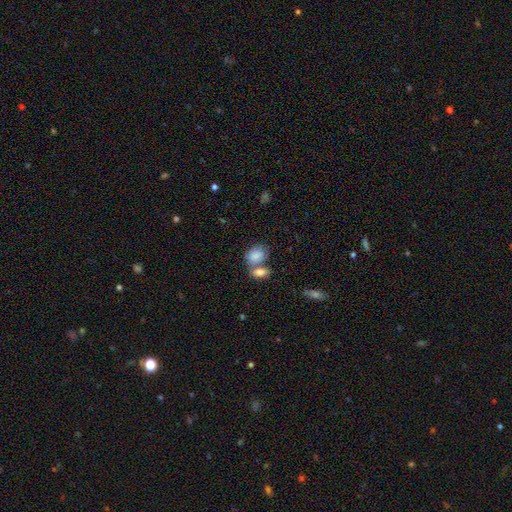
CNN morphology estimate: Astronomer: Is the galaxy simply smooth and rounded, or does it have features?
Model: smooth — 85%.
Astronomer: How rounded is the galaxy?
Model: in between — 74%.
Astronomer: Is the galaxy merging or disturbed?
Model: merger — 49% (runner-up: none, 36%).